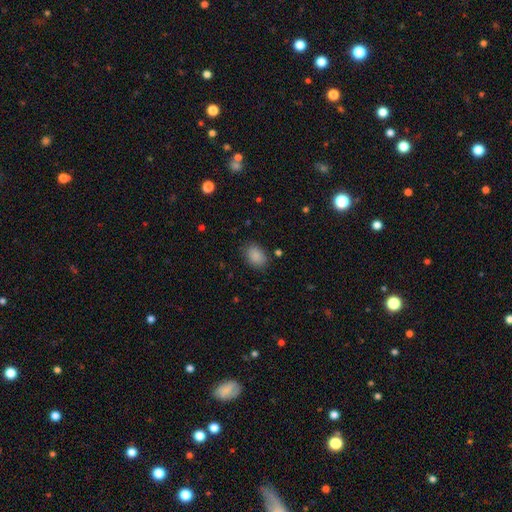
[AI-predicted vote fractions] Smooth or featured? Predicted: smooth (p=0.88). How rounded? Predicted: in between (p=0.77). Merging? Predicted: none (p=0.83).